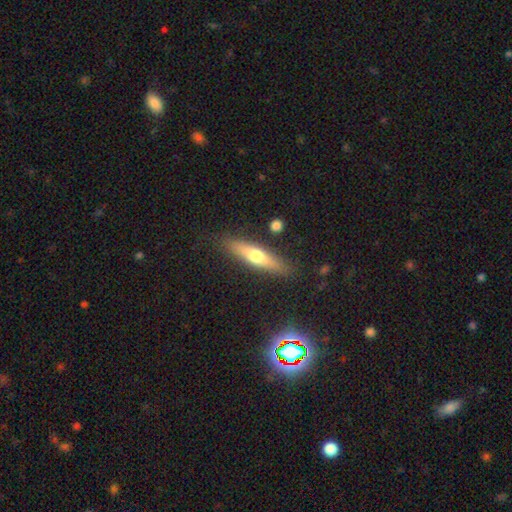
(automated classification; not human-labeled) smooth_or_featured: smooth (p=0.53) [alt: featured or disk p=0.41]
how_rounded: cigar-shaped (p=0.77) [alt: in between p=0.20]
merging: none (p=0.84) [alt: minor disturbance p=0.10]